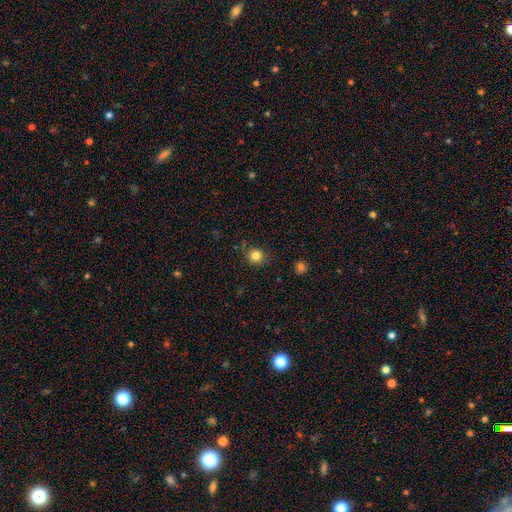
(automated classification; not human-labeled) Smooth or featured: smooth — 83% (star or artifact — 12%)
How rounded: round — 89% (in between — 10%)
Merging: none — 84% (minor disturbance — 11%)